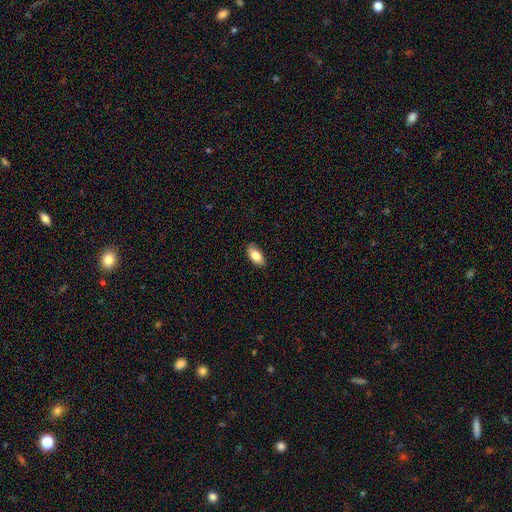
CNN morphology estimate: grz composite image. It shows a smooth galaxy with no disk features (81%) that is in between round and cigar-shaped (91%). Merging: none (87%).